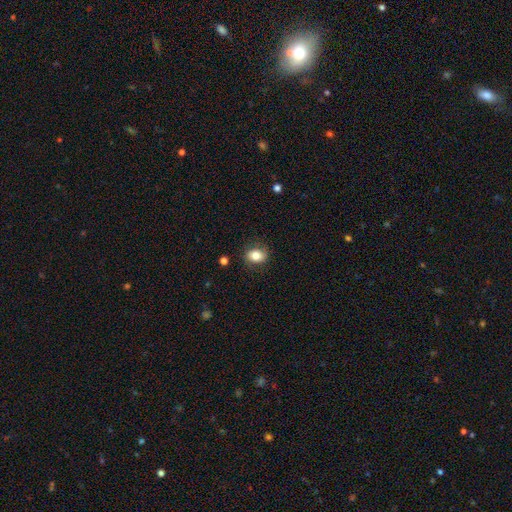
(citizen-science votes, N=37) Smooth or featured? 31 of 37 (84%) said smooth. How rounded? 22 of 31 (71%) said in between. Merging? 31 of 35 (89%) said none.